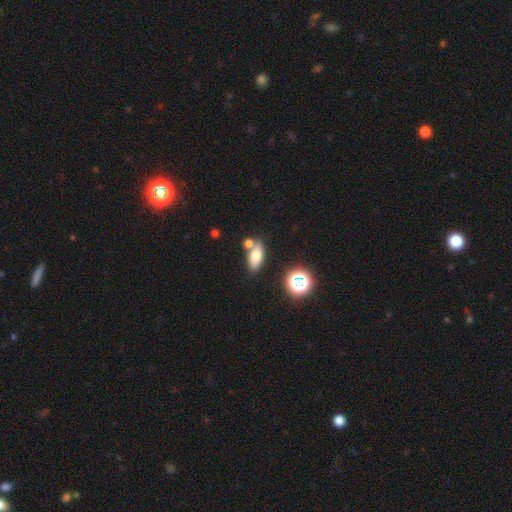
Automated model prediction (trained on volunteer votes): This appears to be a smooth galaxy with no disk features (69%) that is in between round and cigar-shaped (78%). Merging: none (64%).